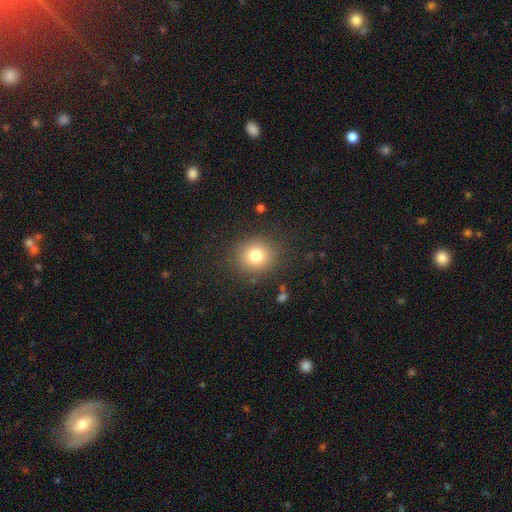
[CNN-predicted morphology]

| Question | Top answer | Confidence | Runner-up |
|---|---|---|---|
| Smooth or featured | smooth | 79% | star or artifact (12%) |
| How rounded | round | 84% | in between (15%) |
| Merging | none | 87% | minor disturbance (8%) |